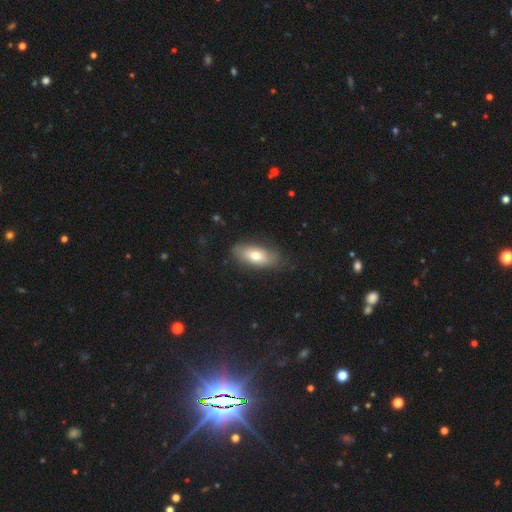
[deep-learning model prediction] A smooth galaxy with no disk features (73%) that is in between round and cigar-shaped (82%).

Vote fractions:
- Smooth or featured? smooth: 73% / featured or disk: 20% / star or artifact: 7%
- How rounded? in between: 82% / cigar-shaped: 15% / round: 3%
- Merging? none: 78% / minor disturbance: 16% / major disturbance: 4% / merger: 1%